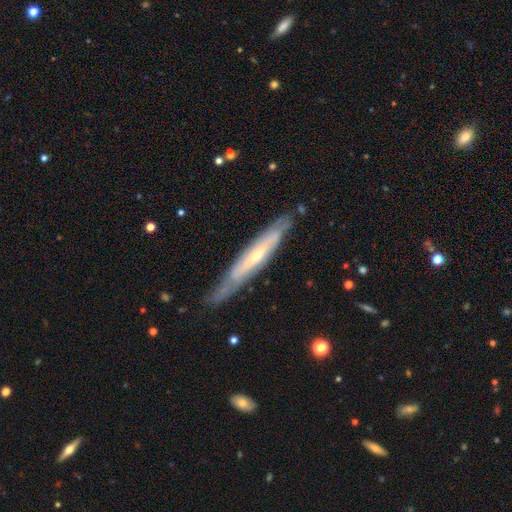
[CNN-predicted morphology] type=featured or disk (69%); edge-on=yes (71%); merging=none (77%).